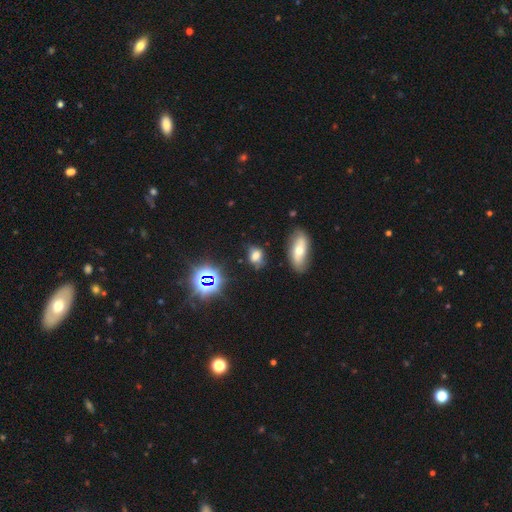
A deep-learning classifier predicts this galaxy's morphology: Smooth or featured? smooth (57%)
How rounded? in between (72%)
Merging? none (63%)